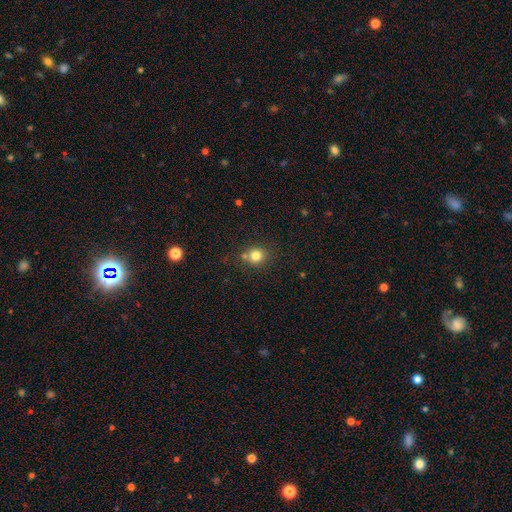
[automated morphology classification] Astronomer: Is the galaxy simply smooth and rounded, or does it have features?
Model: smooth — 80%.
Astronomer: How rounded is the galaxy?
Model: round — 87%.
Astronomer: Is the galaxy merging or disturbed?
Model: none — 69%.